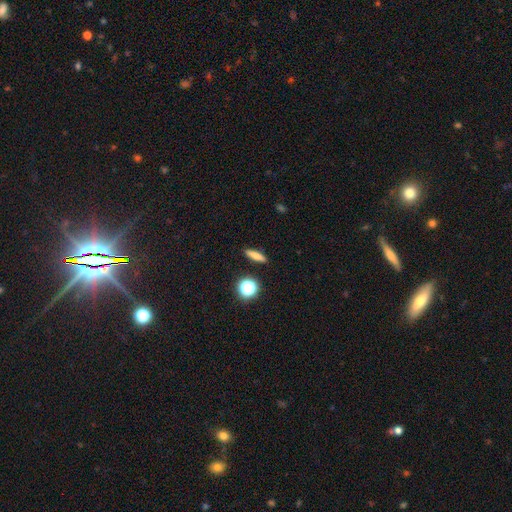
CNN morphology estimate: Smooth or featured: smooth — 71% (featured or disk — 17%)
How rounded: cigar-shaped — 66% (in between — 25%)
Merging: none — 90% (minor disturbance — 7%)